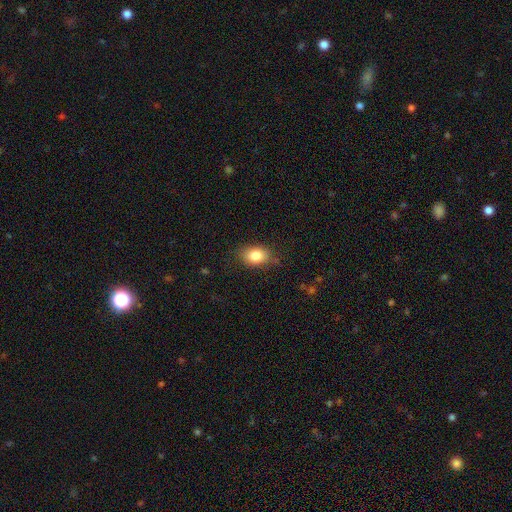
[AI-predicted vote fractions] Smooth or featured?
  - smooth: 83% *
  - featured or disk: 9%
  - star or artifact: 9%
How rounded?
  - in between: 79% *
  - round: 19%
  - cigar-shaped: 1%
Merging?
  - none: 79% *
  - minor disturbance: 16%
  - major disturbance: 4%
  - merger: 1%